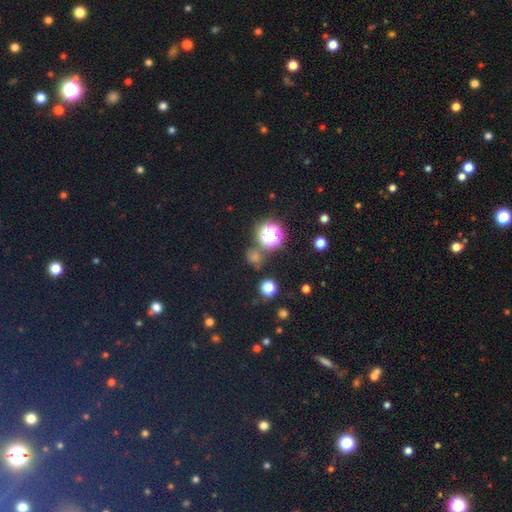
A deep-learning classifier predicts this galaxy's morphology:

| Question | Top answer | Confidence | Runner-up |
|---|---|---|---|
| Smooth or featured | star or artifact | 58% | smooth (35%) |